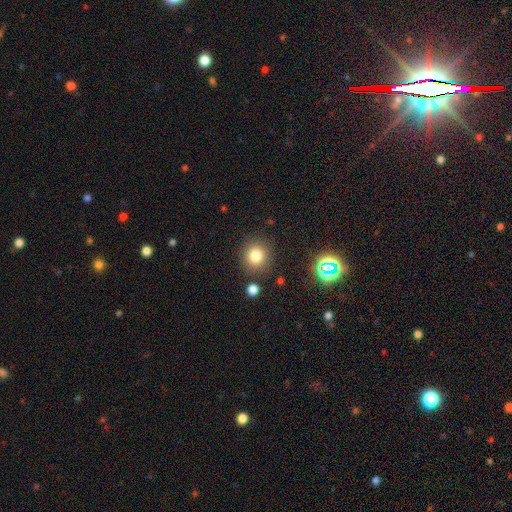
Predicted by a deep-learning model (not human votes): A smooth galaxy with no disk features (78%) that is round (90%).

Vote fractions:
- Smooth or featured? smooth: 78% / star or artifact: 15% / featured or disk: 7%
- How rounded? round: 90% / in between: 9% / cigar-shaped: 1%
- Merging? none: 85% / minor disturbance: 8% / merger: 4% / major disturbance: 3%